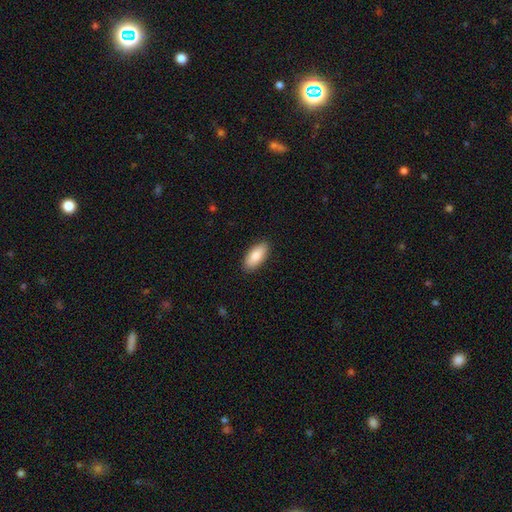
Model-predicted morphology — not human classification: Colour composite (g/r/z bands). It shows a smooth galaxy with no disk features (86%) that is in between round and cigar-shaped (88%). Merging: none (89%).